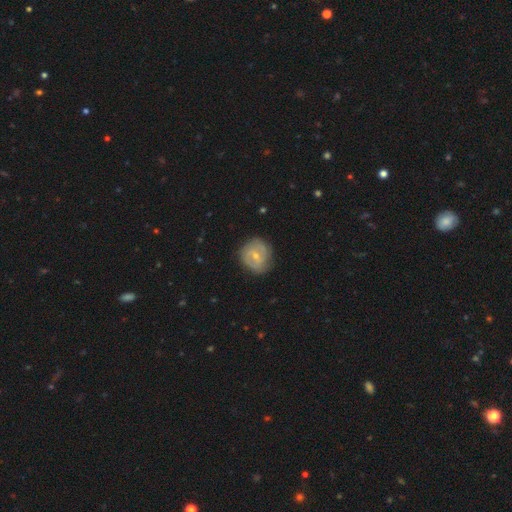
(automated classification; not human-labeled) Morphology: type=featured or disk (56%); edge-on=no (97%); bar=weak (47%); spiral arms=yes (66%); bulge=small (58%); merging=none (74%).